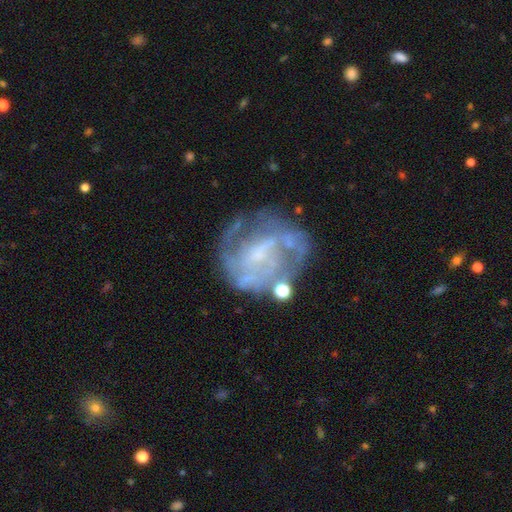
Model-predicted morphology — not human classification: Q: Smooth or featured?
A: featured or disk (79%); runner-up: smooth (12%)
Q: Edge-on disk?
A: no (98%); runner-up: yes (2%)
Q: Bar?
A: no (44%); runner-up: weak (42%)
Q: Spiral arms?
A: yes (76%); runner-up: no (24%)
Q: Spiral winding?
A: tight (43%); runner-up: medium (40%)
Q: Spiral arm count?
A: can't tell (38%); runner-up: 2 (28%)
Q: Bulge size?
A: small (48%); runner-up: none (26%)
Q: Merging?
A: none (59%); runner-up: minor disturbance (19%)